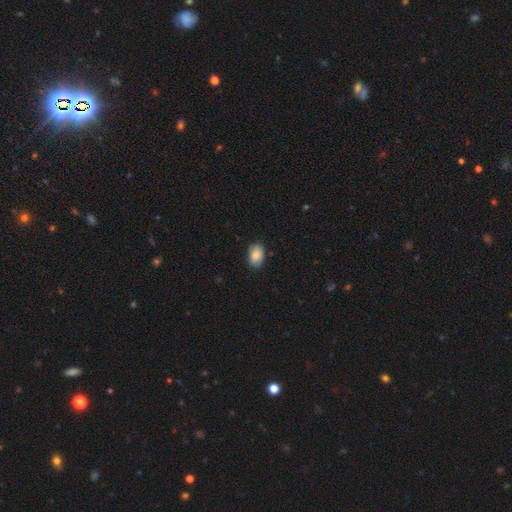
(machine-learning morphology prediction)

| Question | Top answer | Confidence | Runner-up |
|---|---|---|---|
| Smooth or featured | smooth | 85% | star or artifact (7%) |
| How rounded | in between | 84% | round (15%) |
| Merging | none | 85% | minor disturbance (12%) |